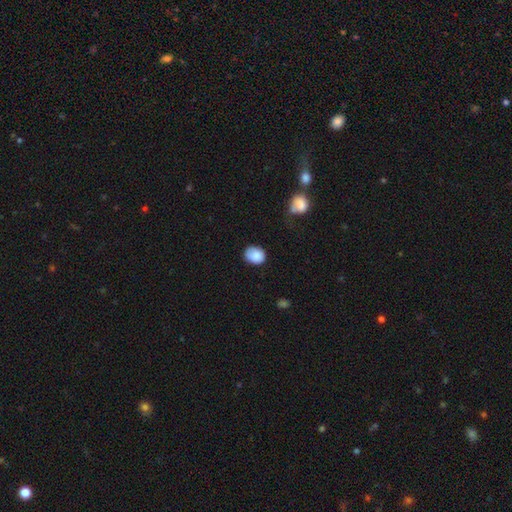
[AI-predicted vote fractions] Smooth or featured?
  - smooth: 86% *
  - star or artifact: 8%
  - featured or disk: 6%
How rounded?
  - round: 52% *
  - in between: 47%
  - cigar-shaped: 1%
Merging?
  - none: 67% *
  - minor disturbance: 26%
  - major disturbance: 5%
  - merger: 2%